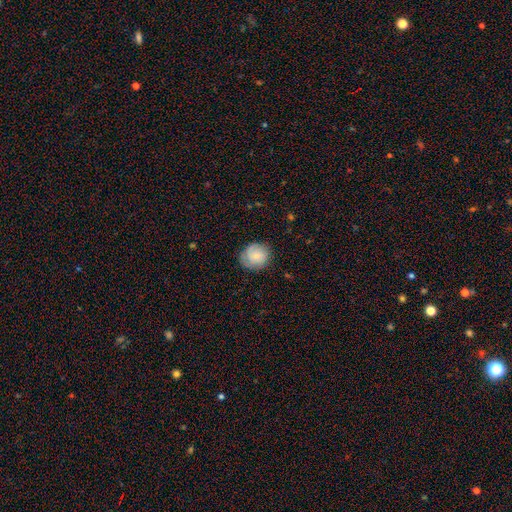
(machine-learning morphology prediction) Smooth or featured?
  - smooth: 61% *
  - featured or disk: 31%
  - star or artifact: 8%
How rounded?
  - round: 80% *
  - in between: 19%
  - cigar-shaped: 1%
Merging?
  - none: 75% *
  - minor disturbance: 19%
  - major disturbance: 5%
  - merger: 1%